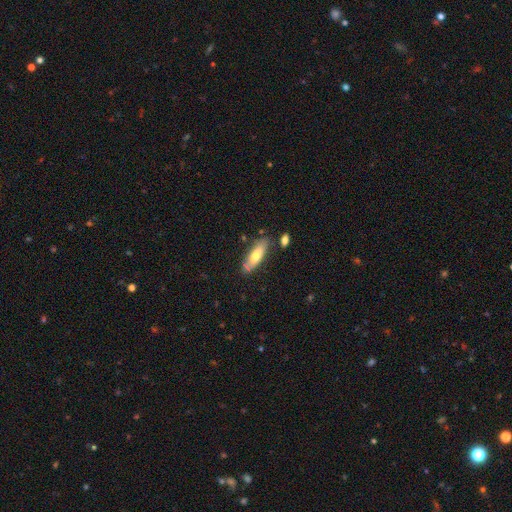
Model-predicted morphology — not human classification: Overall: smooth (64%; featured or disk 30%). How rounded: in between (55%; cigar-shaped 43%). Merging: none (74%).